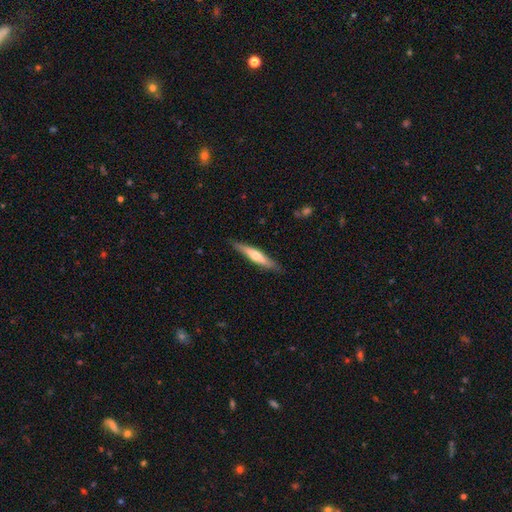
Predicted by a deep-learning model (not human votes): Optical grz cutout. It shows a featured or disk galaxy (52%) viewed edge-on (92%). Merging: none (87%).